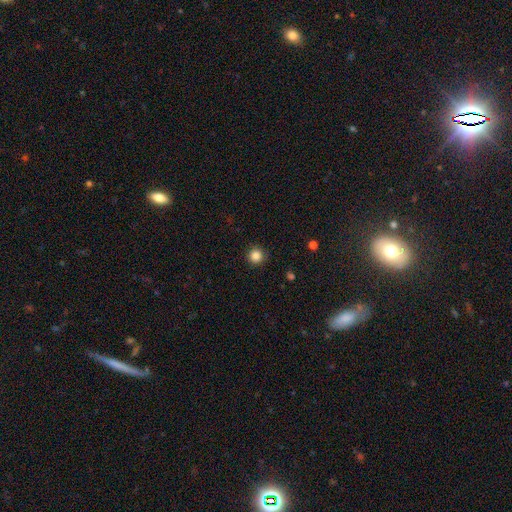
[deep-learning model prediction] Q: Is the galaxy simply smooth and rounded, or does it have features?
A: smooth — 85%.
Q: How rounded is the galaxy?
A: round — 95%.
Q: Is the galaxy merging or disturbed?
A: none — 91%.